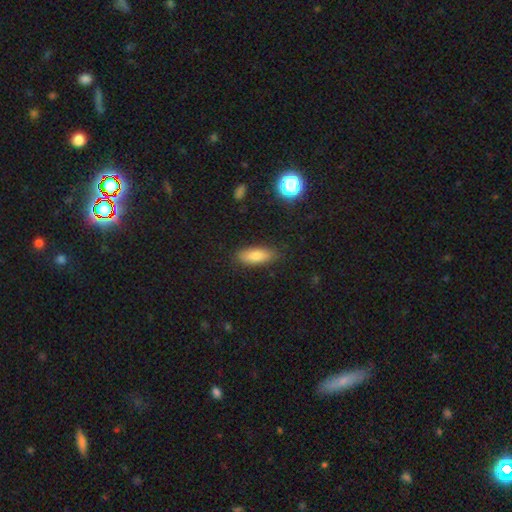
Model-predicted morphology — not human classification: smooth 80%, featured or disk 11%, star or artifact 8%. Down the decision tree: how rounded — in between (70%); merging — none (85%).